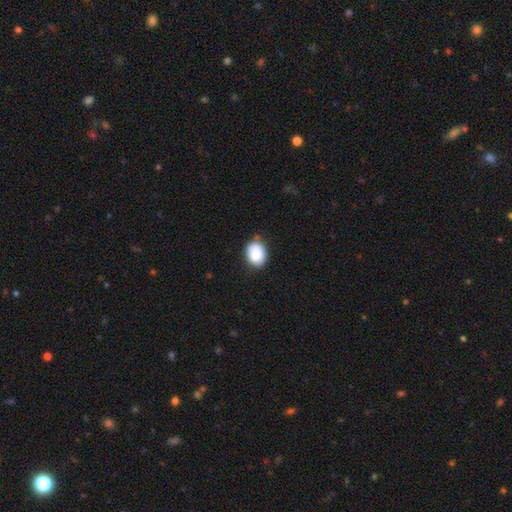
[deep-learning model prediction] The model was most divided on "how rounded": in between: 64%, round: 35%, cigar-shaped: 1%. More confident: smooth or featured — smooth (85%); merging — none (78%).